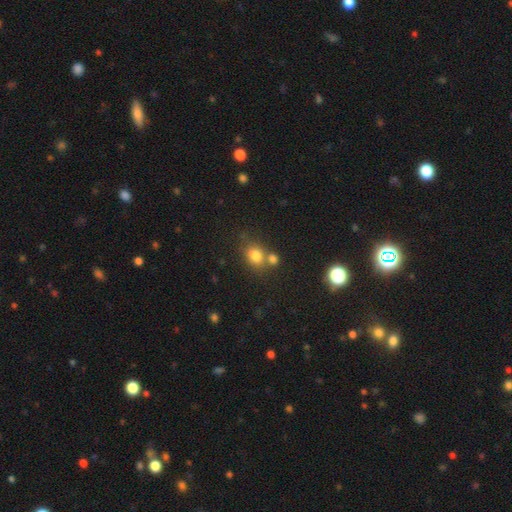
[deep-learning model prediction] Morphology: type=smooth (78%); roundness=in between (52%); merging=none (50%).